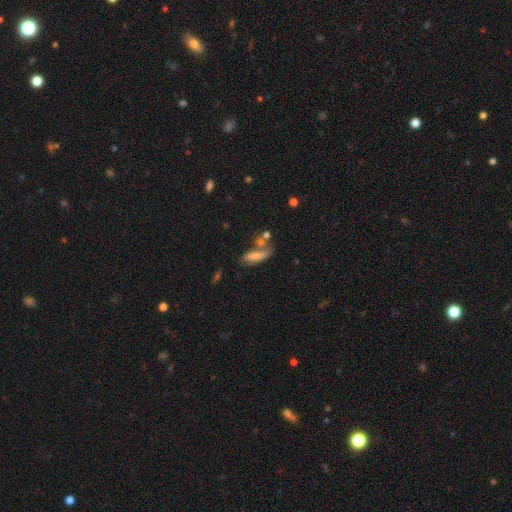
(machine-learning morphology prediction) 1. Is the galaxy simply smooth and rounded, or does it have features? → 64% smooth, 26% featured or disk, 9% star or artifact.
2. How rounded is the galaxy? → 53% cigar-shaped, 44% in between, 3% round.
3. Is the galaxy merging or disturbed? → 45% none, 22% merger, 21% minor disturbance, 12% major disturbance.